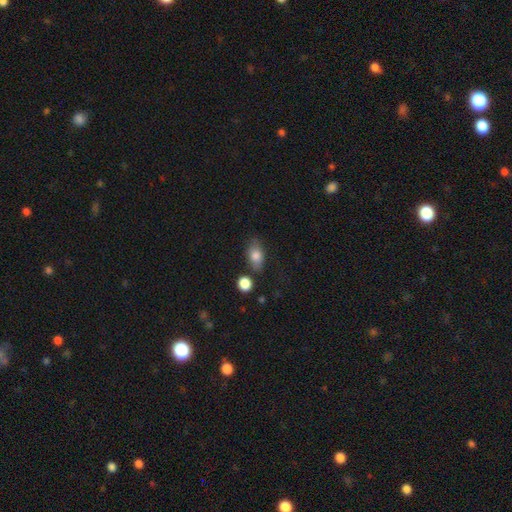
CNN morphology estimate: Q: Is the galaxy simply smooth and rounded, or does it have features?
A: smooth — 80%.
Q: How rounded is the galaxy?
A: in between — 84%.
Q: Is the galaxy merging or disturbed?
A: none — 72%.